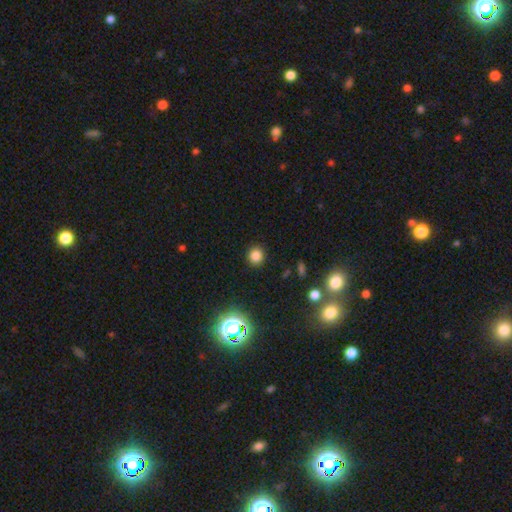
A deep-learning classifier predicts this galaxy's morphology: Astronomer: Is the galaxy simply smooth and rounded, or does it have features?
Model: smooth — 80%.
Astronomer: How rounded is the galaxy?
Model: round — 87%.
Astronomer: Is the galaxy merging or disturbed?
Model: none — 91%.